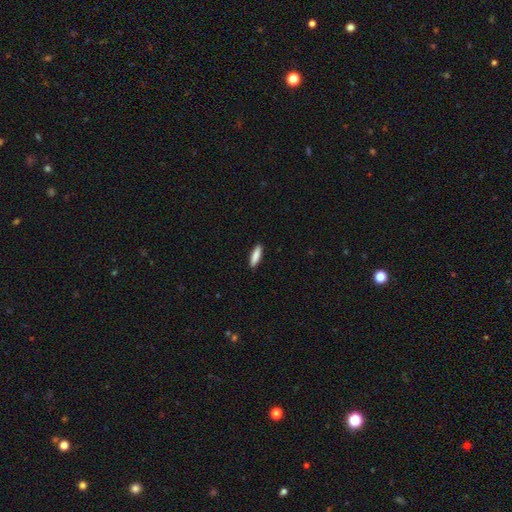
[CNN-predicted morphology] The model was most divided on "how rounded": cigar-shaped: 68%, in between: 30%, round: 2%. More confident: merging — none (90%); smooth or featured — smooth (87%).